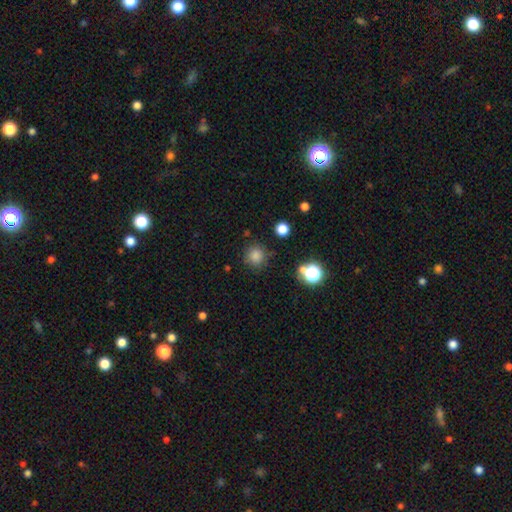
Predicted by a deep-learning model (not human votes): A smooth galaxy with no disk features (80%) that is round (93%).

Vote fractions:
- Smooth or featured? smooth: 80% / star or artifact: 15% / featured or disk: 5%
- How rounded? round: 93% / in between: 7% / cigar-shaped: 1%
- Merging? none: 83% / minor disturbance: 10% / merger: 3% / major disturbance: 3%